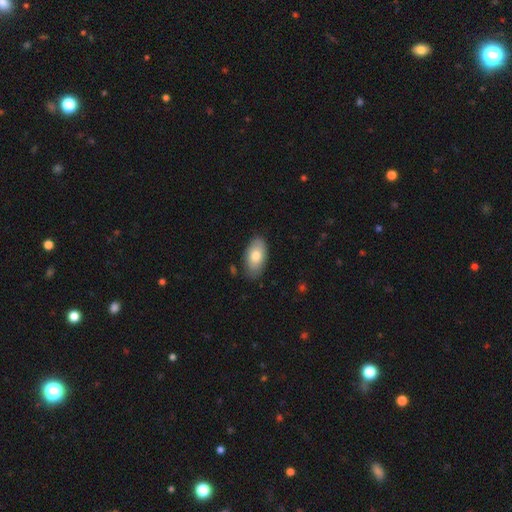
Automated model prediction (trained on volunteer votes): Q: Smooth or featured?
A: smooth (75%); runner-up: featured or disk (19%)
Q: How rounded?
A: in between (94%); runner-up: round (4%)
Q: Merging?
A: none (80%); runner-up: minor disturbance (16%)